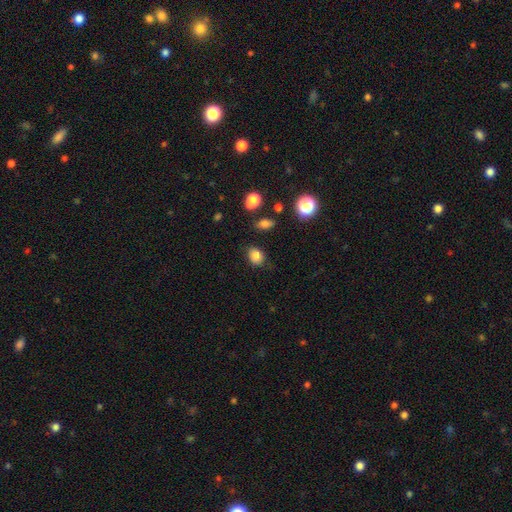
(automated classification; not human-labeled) This is clearly a smooth galaxy (84%). How rounded: possibly in between (60%). Merging: likely none (77%).